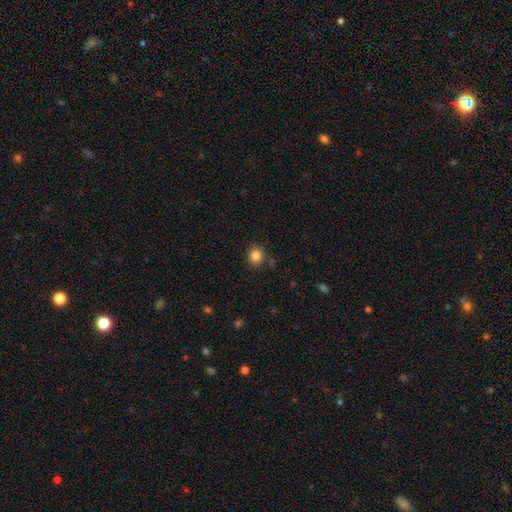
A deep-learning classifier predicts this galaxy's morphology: Smooth or featured? Predicted: smooth (p=0.85). How rounded? Predicted: round (p=0.87). Merging? Predicted: none (p=0.83).